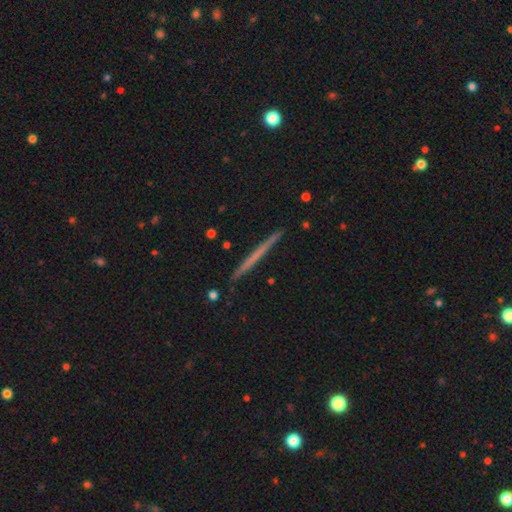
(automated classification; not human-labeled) Morphology: type=featured or disk (51%); edge-on=yes (98%); edge-on bulge=none (92%); merging=none (91%).